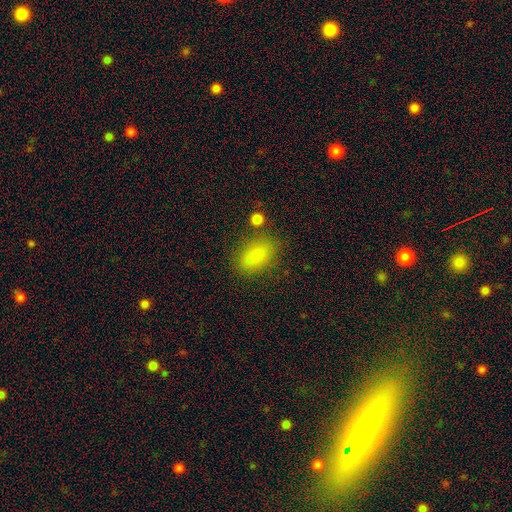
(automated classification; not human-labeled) A smooth galaxy with no disk features (85%) that is in between round and cigar-shaped (88%).

Vote fractions:
- Smooth or featured? smooth: 85% / star or artifact: 10% / featured or disk: 5%
- How rounded? in between: 88% / round: 9% / cigar-shaped: 4%
- Merging? none: 77% / minor disturbance: 14% / major disturbance: 5% / merger: 4%